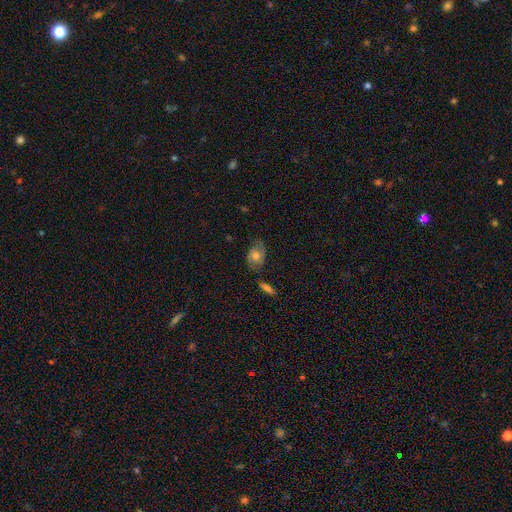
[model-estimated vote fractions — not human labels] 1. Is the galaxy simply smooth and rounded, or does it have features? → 59% featured or disk, 32% smooth, 9% star or artifact.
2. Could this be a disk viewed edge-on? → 94% no, 6% yes.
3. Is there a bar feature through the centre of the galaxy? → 61% no, 33% weak, 7% strong.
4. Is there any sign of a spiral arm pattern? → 85% yes, 15% no.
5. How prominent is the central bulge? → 62% moderate, 23% small, 11% large, 3% none, 2% dominant.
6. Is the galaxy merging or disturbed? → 70% none, 19% minor disturbance, 7% major disturbance, 5% merger.